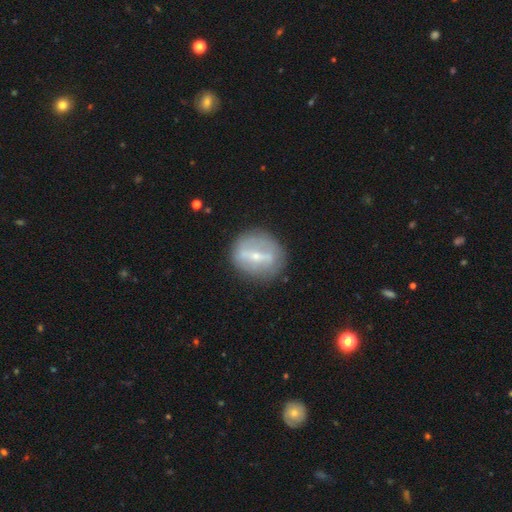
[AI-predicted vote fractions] This appears to be a featured or disk galaxy (71%) with a strong bar (69%), no spiral arms (74%) and a small central bulge (68%). Merging: none (81%).